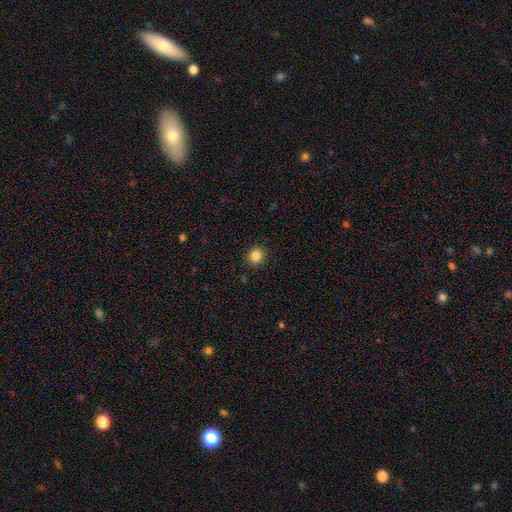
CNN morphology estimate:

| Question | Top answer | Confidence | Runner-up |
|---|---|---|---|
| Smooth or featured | smooth | 86% | star or artifact (11%) |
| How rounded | round | 85% | in between (14%) |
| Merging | none | 90% | minor disturbance (7%) |